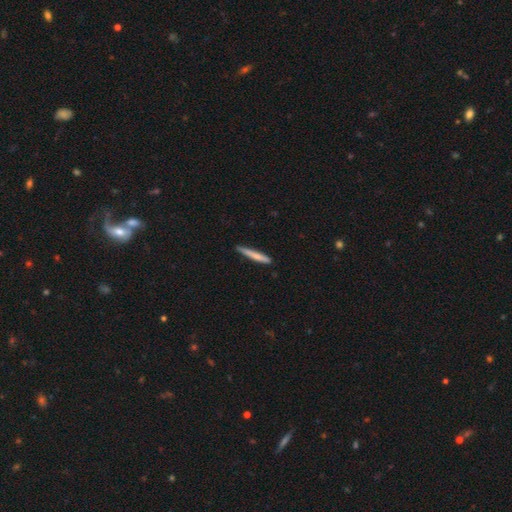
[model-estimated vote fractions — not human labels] The model was most divided on "smooth or featured": smooth: 72%, featured or disk: 22%, star or artifact: 6%. More confident: how rounded — cigar-shaped (95%); merging — none (83%).